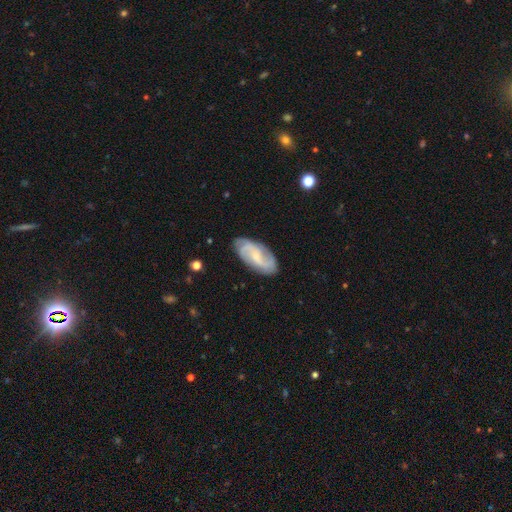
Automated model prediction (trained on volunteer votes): A featured or disk galaxy (79%) with no bar (48%), 2 (40%) medium (45%) spiral arms (96%) and a small central bulge (64%).

Vote fractions:
- Smooth or featured? featured or disk: 79% / smooth: 15% / star or artifact: 6%
- Edge-on disk? no: 95% / yes: 5%
- Bar? no: 48% / weak: 43% / strong: 9%
- Spiral arms? yes: 96% / no: 4%
- Spiral winding? medium: 45% / tight: 33% / loose: 22%
- Spiral arm count? 2: 40% / 3: 27% / can't tell: 17% / 4: 8% / 1: 4% / more than 4: 4%
- Bulge size? small: 64% / moderate: 23% / none: 11% / large: 2% / dominant: 1%
- Merging? none: 81% / minor disturbance: 14% / major disturbance: 3% / merger: 1%